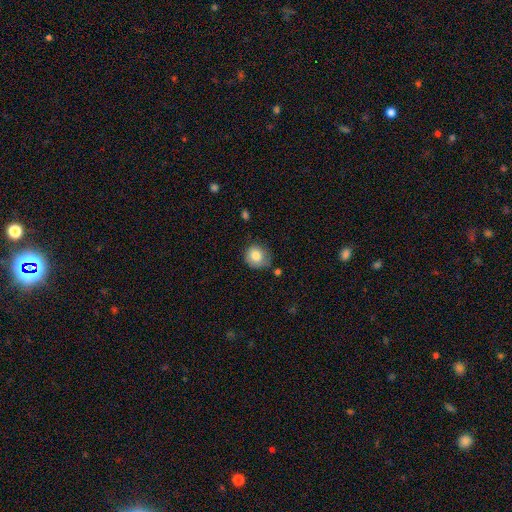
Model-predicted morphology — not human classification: Overall: smooth (82%). How rounded: round (83%). Merging: none (65%).